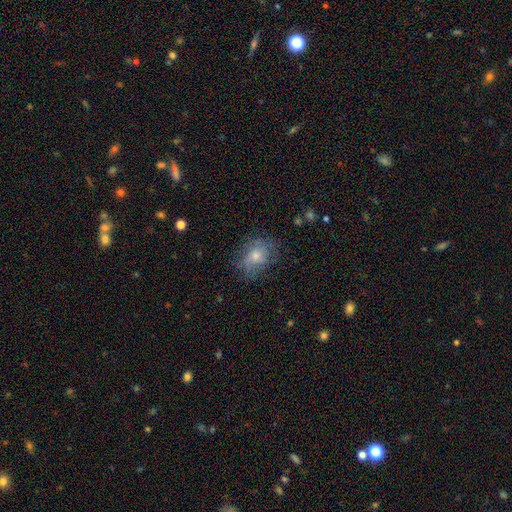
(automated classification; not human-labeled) smooth-or-featured: smooth: 47% | featured or disk: 40% | star or artifact: 13%
  merging: none: 66% | minor disturbance: 21% | major disturbance: 11% | merger: 1%